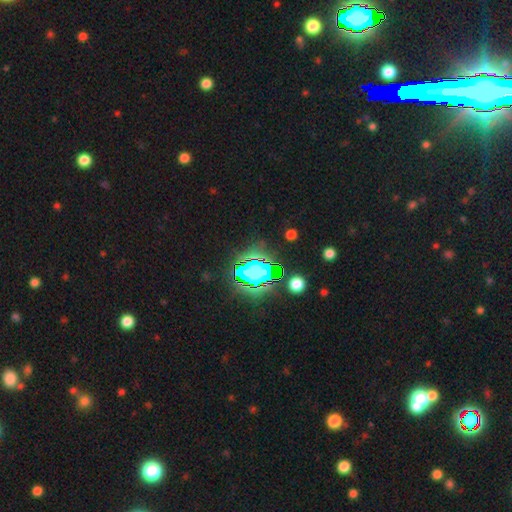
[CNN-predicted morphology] Smooth or featured? star or artifact (82%)